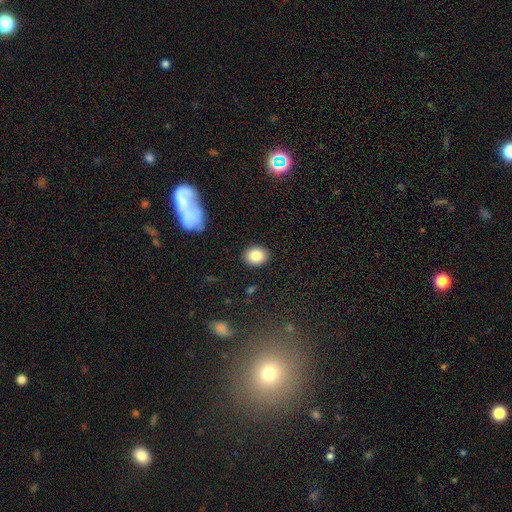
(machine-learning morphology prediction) This is clearly a smooth galaxy (84%). How rounded: possibly round (56%). Merging: clearly none (89%).